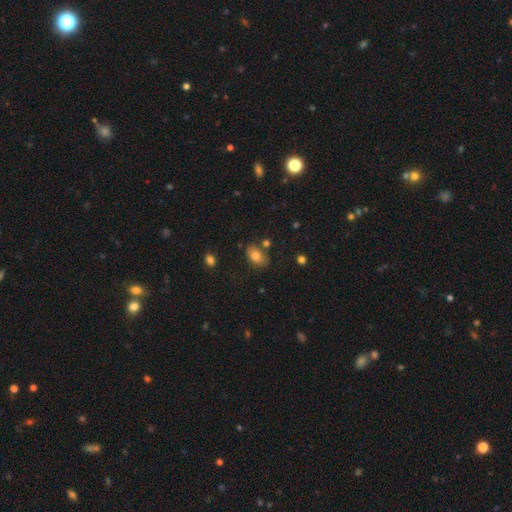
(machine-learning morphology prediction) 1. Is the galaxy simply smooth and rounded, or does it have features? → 79% smooth, 12% featured or disk, 9% star or artifact.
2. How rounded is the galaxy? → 87% in between, 12% round, 2% cigar-shaped.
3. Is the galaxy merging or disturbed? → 70% none, 18% minor disturbance, 8% merger, 4% major disturbance.